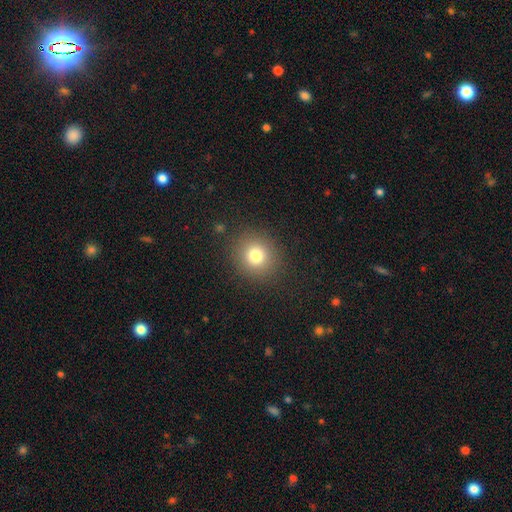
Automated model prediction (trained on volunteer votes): Overall: smooth (78%). How rounded: round (87%). Merging: none (88%).